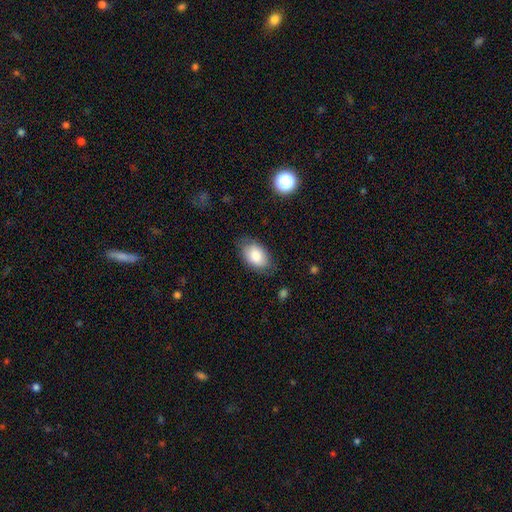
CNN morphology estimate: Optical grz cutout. It shows a smooth galaxy with no disk features (83%) that is in between round and cigar-shaped (91%). Merging: none (76%).